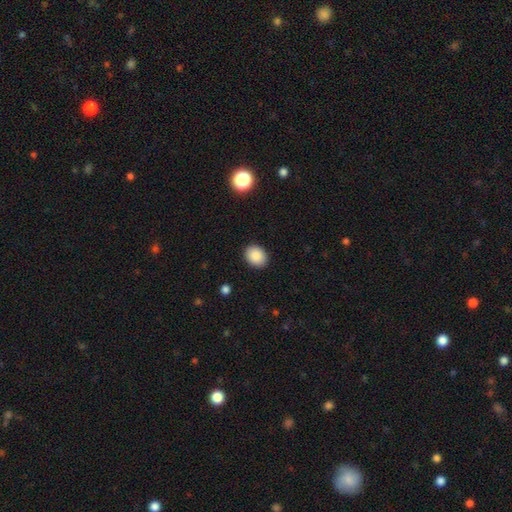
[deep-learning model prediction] The model was most divided on "how rounded": in between: 58%, round: 41%, cigar-shaped: 1%. More confident: merging — none (90%); smooth or featured — smooth (87%).